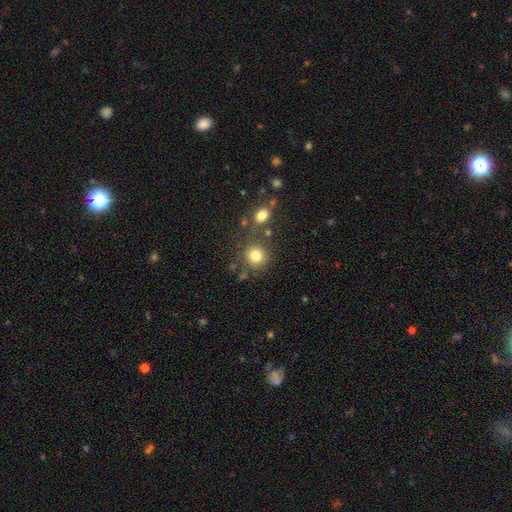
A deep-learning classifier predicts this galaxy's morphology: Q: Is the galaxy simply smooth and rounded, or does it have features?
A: smooth — 81%.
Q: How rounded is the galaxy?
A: round — 90%.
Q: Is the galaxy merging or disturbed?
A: none — 77%.